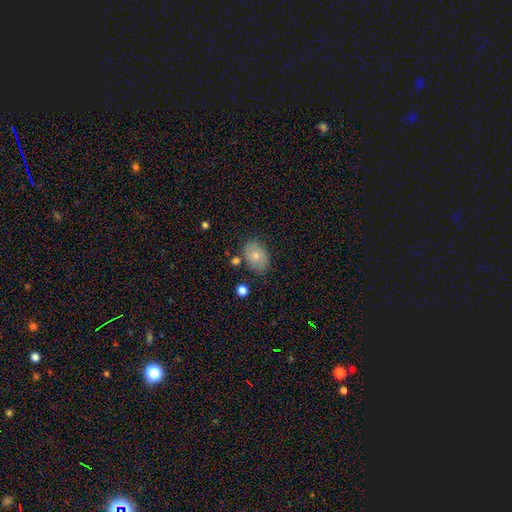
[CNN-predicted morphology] smooth-or-featured: smooth: 75% | featured or disk: 17% | star or artifact: 8%
  how-rounded: in between: 79% | round: 20% | cigar-shaped: 1%
  merging: none: 75% | minor disturbance: 16% | merger: 5% | major disturbance: 4%